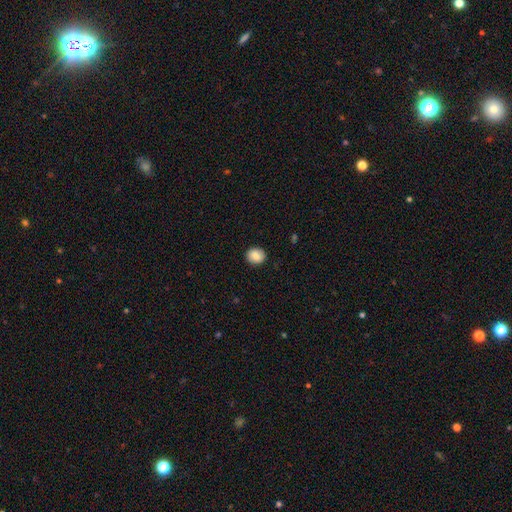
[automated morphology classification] Overall: smooth (85%). How rounded: round (76%). Merging: none (90%).